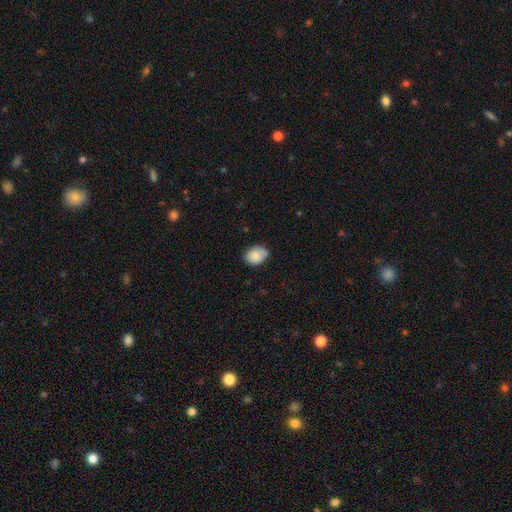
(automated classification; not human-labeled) Q: Smooth or featured?
A: smooth (86%); runner-up: star or artifact (7%)
Q: How rounded?
A: in between (63%); runner-up: round (36%)
Q: Merging?
A: none (73%); runner-up: minor disturbance (23%)